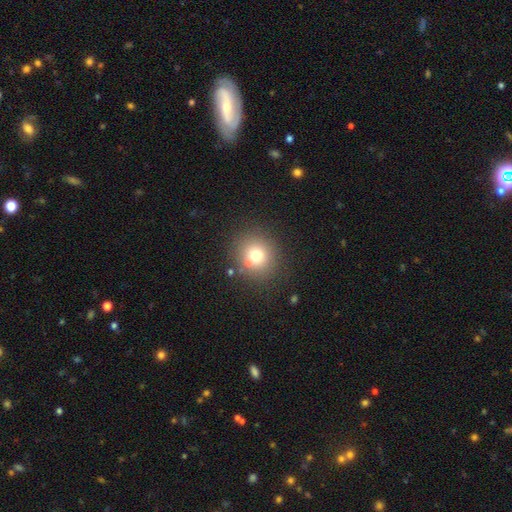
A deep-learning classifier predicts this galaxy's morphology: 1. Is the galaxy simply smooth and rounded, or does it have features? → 73% smooth, 15% star or artifact, 12% featured or disk.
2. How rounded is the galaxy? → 85% round, 14% in between, 1% cigar-shaped.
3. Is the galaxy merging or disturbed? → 79% none, 9% minor disturbance, 7% merger, 4% major disturbance.